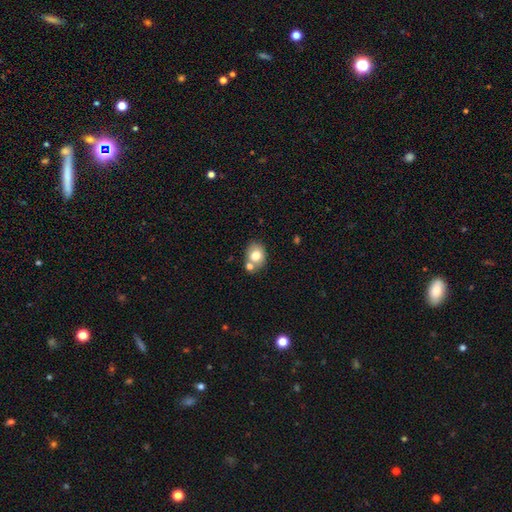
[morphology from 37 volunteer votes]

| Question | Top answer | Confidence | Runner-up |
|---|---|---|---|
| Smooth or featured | smooth | 70% | featured or disk (24%) |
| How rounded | round | 69% | in between (31%) |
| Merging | none | 49% | merger (31%) |